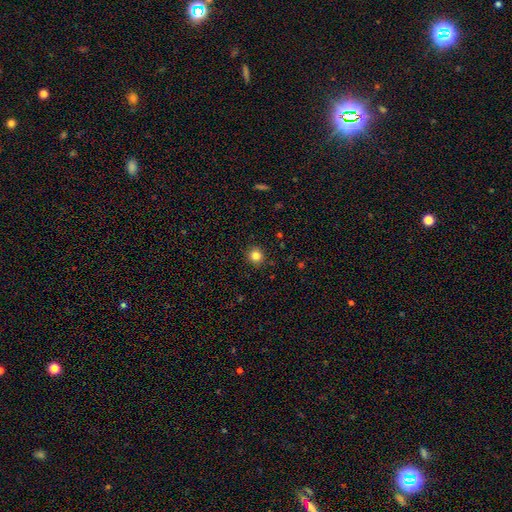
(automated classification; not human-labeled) A smooth galaxy with no disk features (83%) that is round (91%).

Vote fractions:
- Smooth or featured? smooth: 83% / star or artifact: 12% / featured or disk: 5%
- How rounded? round: 91% / in between: 9% / cigar-shaped: 1%
- Merging? none: 91% / minor disturbance: 6% / major disturbance: 2% / merger: 1%